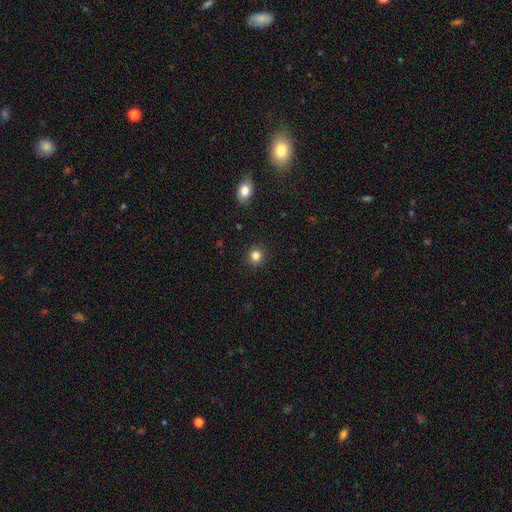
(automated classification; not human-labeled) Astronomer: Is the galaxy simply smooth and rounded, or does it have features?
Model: smooth — 83%.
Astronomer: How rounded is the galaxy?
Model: round — 91%.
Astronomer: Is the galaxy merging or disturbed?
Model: none — 92%.